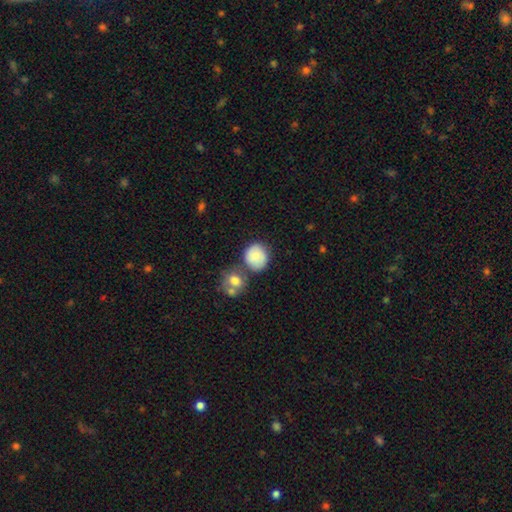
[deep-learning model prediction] This appears to be a smooth galaxy with no disk features (79%) that is round (83%). Merging: none (61%).